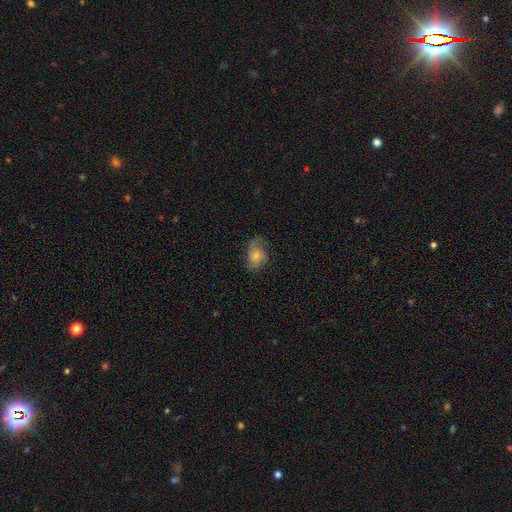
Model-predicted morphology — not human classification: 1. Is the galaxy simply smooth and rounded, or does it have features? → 46% featured or disk, 43% smooth, 11% star or artifact.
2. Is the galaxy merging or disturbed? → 59% none, 27% minor disturbance, 13% major disturbance, 1% merger.